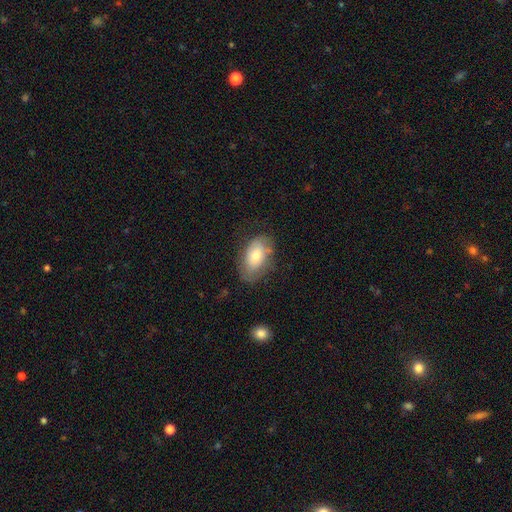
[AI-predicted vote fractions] Smooth or featured: smooth — 67% (featured or disk — 26%)
How rounded: in between — 92% (round — 6%)
Merging: none — 66% (minor disturbance — 25%)